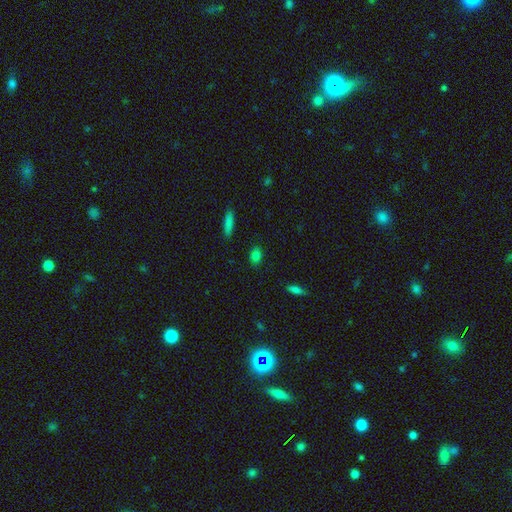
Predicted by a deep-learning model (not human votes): A smooth galaxy with no disk features (82%) that is in between round and cigar-shaped (75%).

Vote fractions:
- Smooth or featured? smooth: 82% / star or artifact: 12% / featured or disk: 6%
- How rounded? in between: 75% / round: 20% / cigar-shaped: 6%
- Merging? none: 85% / minor disturbance: 11% / major disturbance: 2% / merger: 2%